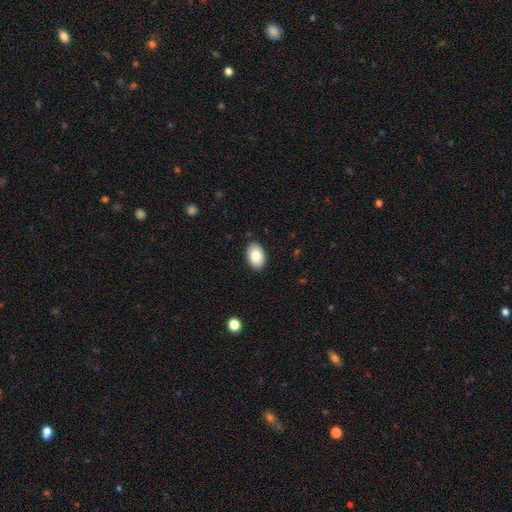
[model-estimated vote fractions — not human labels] Q: Smooth or featured?
A: smooth (81%); runner-up: featured or disk (12%)
Q: How rounded?
A: in between (88%); runner-up: round (11%)
Q: Merging?
A: none (89%); runner-up: minor disturbance (8%)